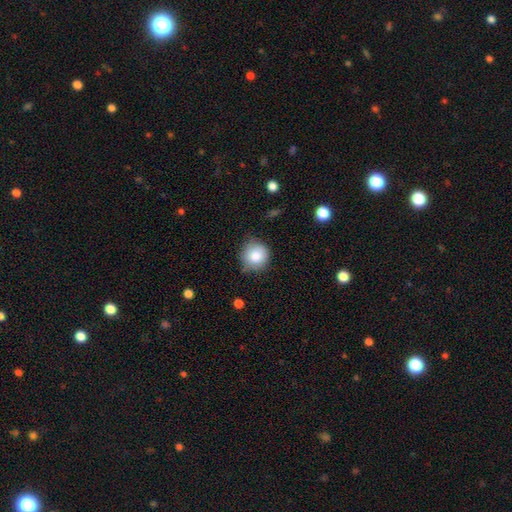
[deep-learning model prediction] Smooth or featured? smooth (85%)
How rounded? round (91%)
Merging? none (77%)